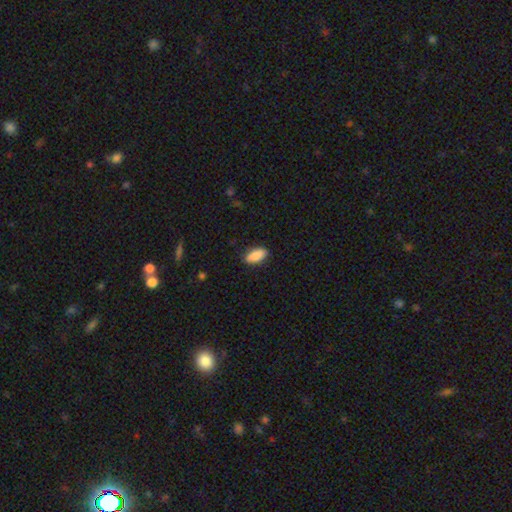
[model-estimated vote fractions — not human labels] Smooth or featured? Predicted: smooth (p=0.87). How rounded? Predicted: in between (p=0.85). Merging? Predicted: none (p=0.87).